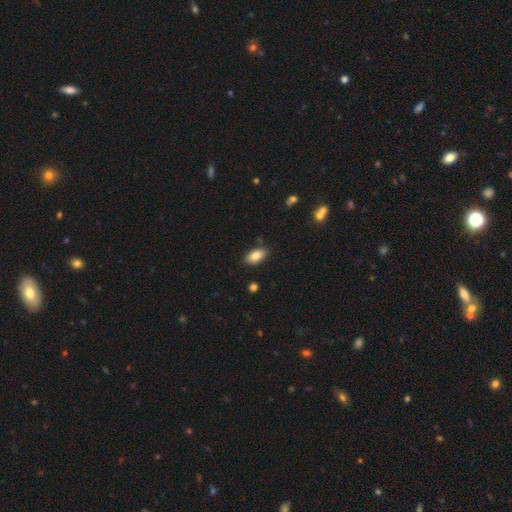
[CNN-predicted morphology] This appears to be a smooth galaxy with no disk features (84%) that is in between round and cigar-shaped (92%). Merging: none (84%).